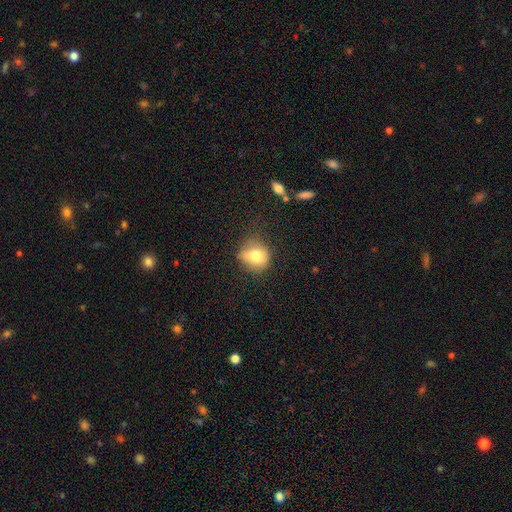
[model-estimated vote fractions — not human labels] Smooth or featured? smooth (75%)
How rounded? round (77%)
Merging? none (63%)